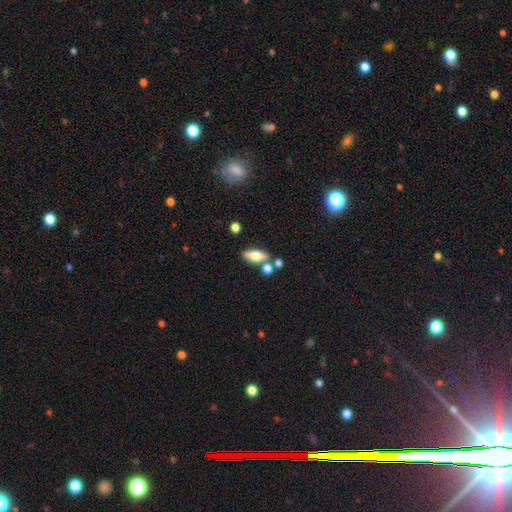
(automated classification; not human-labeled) Q: Smooth or featured?
A: smooth (65%); runner-up: featured or disk (28%)
Q: How rounded?
A: in between (68%); runner-up: cigar-shaped (27%)
Q: Merging?
A: none (71%); runner-up: merger (14%)